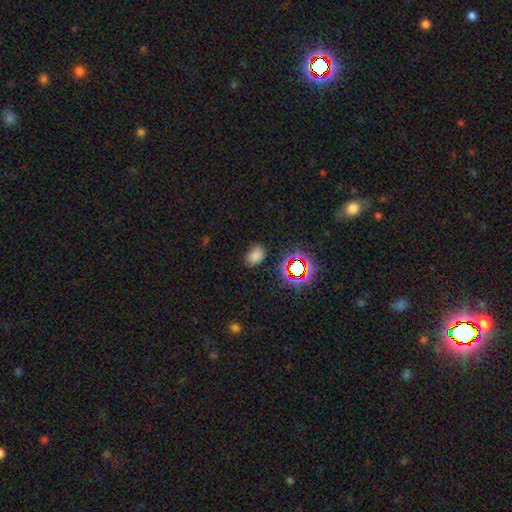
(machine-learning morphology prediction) This is likely a smooth galaxy (72%). How rounded: likely in between (79%). Merging: likely none (76%).